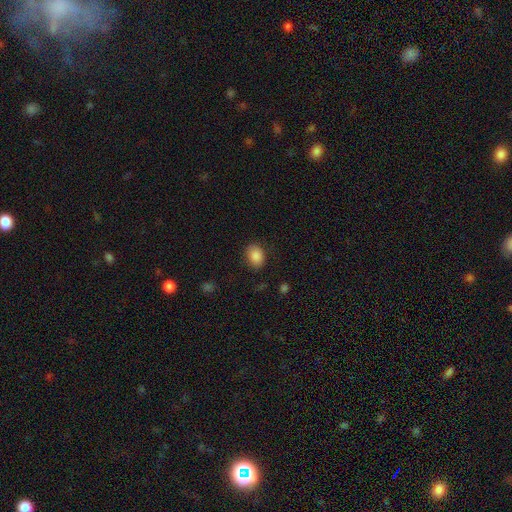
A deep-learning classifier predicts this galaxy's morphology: A smooth galaxy with no disk features (87%) that is in between round and cigar-shaped (62%). Merging: none (85%).